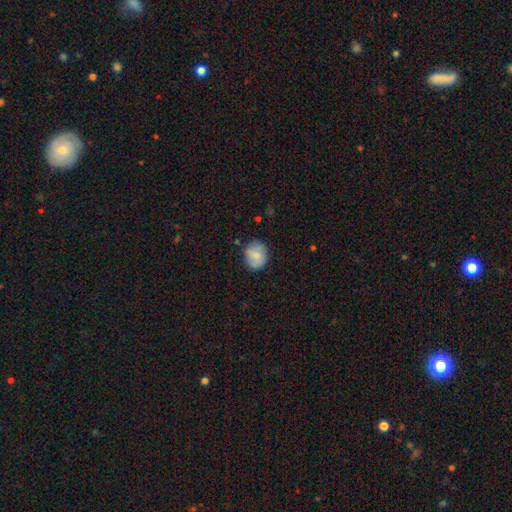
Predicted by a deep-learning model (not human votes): A smooth galaxy with no disk features (76%) that is round (68%). Merging: none (78%).